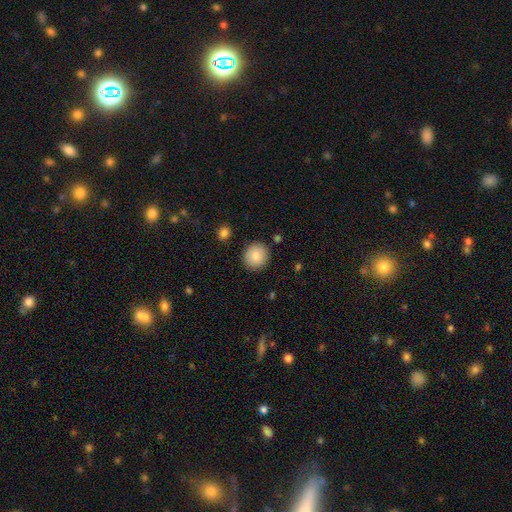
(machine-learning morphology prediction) This appears to be a smooth galaxy with no disk features (87%) that is round (92%). Merging: none (90%).